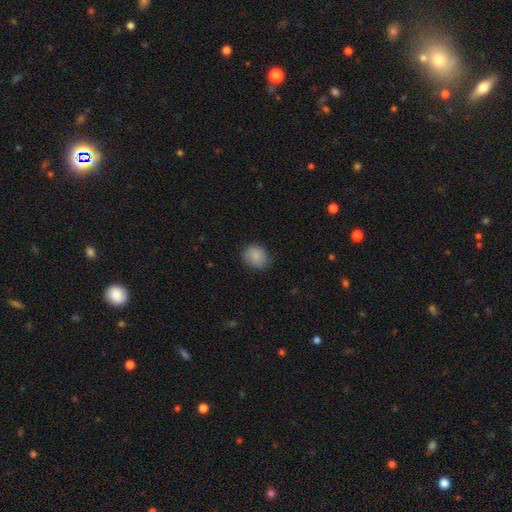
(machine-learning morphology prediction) This is clearly a smooth galaxy (84%). How rounded: likely round (68%). Merging: likely none (76%).